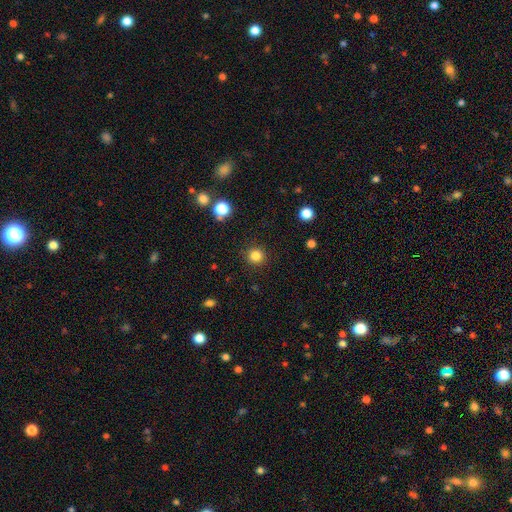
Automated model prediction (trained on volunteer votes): A smooth galaxy with no disk features (83%) that is round (94%).

Vote fractions:
- Smooth or featured? smooth: 83% / star or artifact: 12% / featured or disk: 4%
- How rounded? round: 94% / in between: 5% / cigar-shaped: 1%
- Merging? none: 91% / minor disturbance: 6% / major disturbance: 2% / merger: 1%